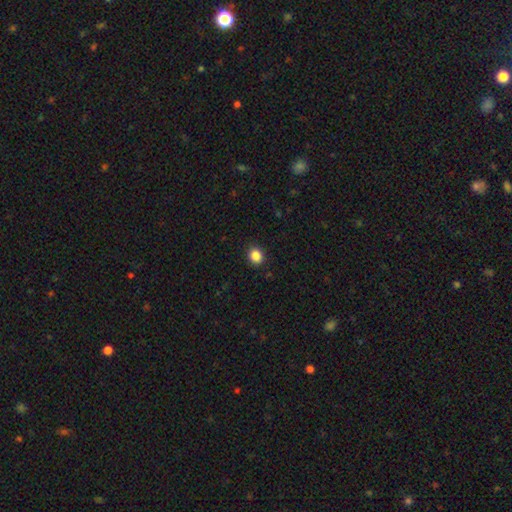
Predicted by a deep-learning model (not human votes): Smooth or featured? Predicted: smooth (p=0.86). How rounded? Predicted: round (p=0.75). Merging? Predicted: none (p=0.91).